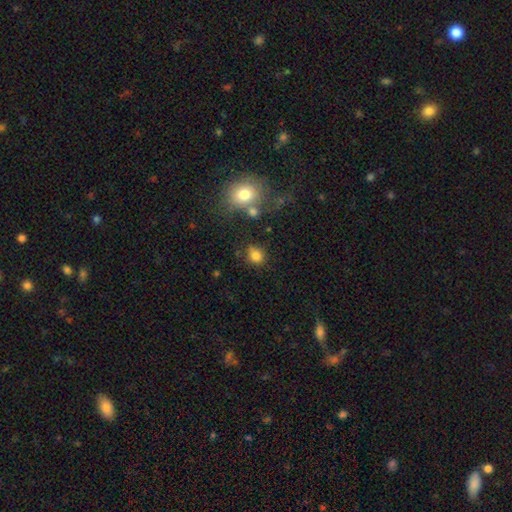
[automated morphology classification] The model was most divided on "how rounded": round: 72%, in between: 27%, cigar-shaped: 1%. More confident: smooth or featured — smooth (81%); merging — none (74%).